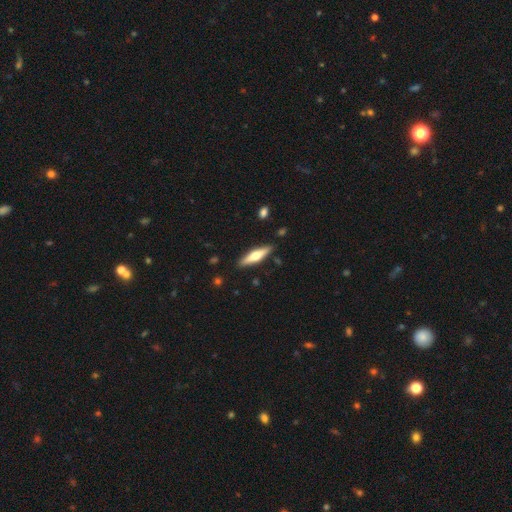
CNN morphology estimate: Smooth or featured? featured or disk (53%)
Edge-on disk? yes (94%)
Merging? none (88%)